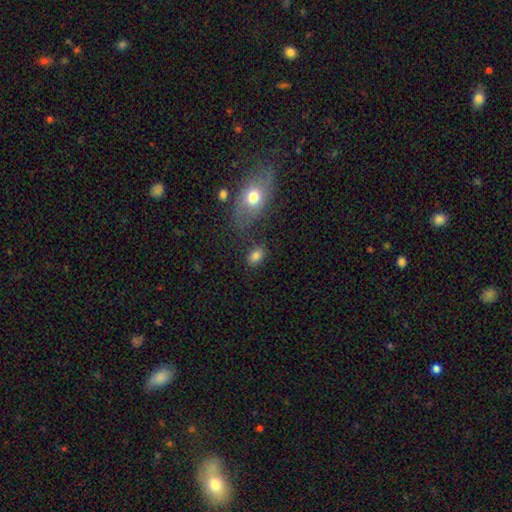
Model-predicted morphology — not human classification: A smooth galaxy with no disk features (82%) that is in between round and cigar-shaped (78%). Merging: none (76%).